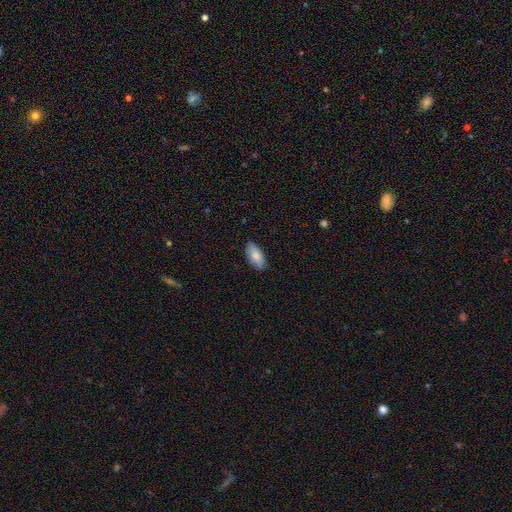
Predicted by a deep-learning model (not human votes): Smooth or featured? smooth (81%)
How rounded? in between (87%)
Merging? none (83%)